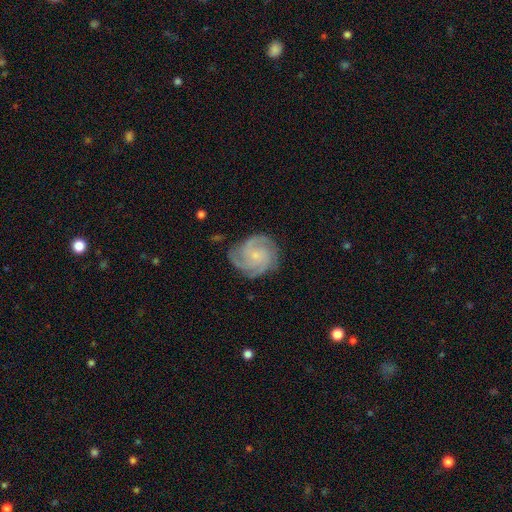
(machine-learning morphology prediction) Smooth or featured? featured or disk (86%)
Edge-on disk? no (98%)
Bar? no (73%)
Spiral arms? yes (98%)
Spiral winding? tight (58%)
Spiral arm count? 3 (45%)
Bulge size? small (76%)
Merging? none (78%)